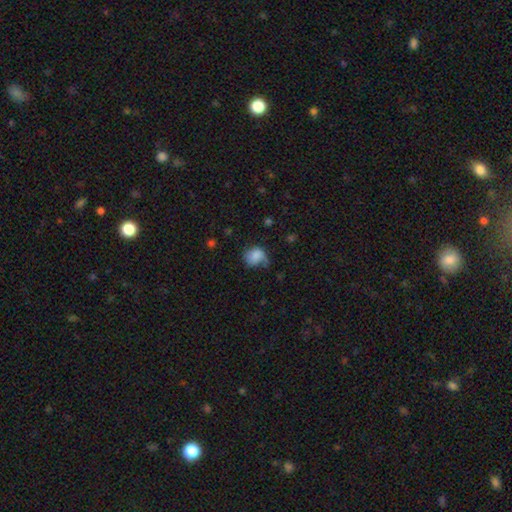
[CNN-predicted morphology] This is likely a smooth galaxy (76%). How rounded: likely round (62%). Merging: marginally none (42%).